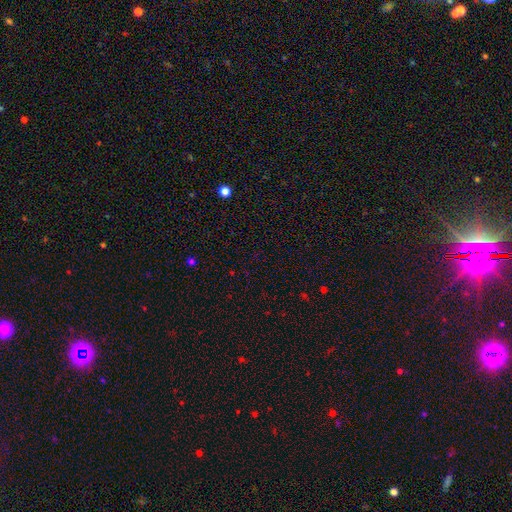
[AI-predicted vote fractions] Overall: star or artifact (65%; smooth 27%).